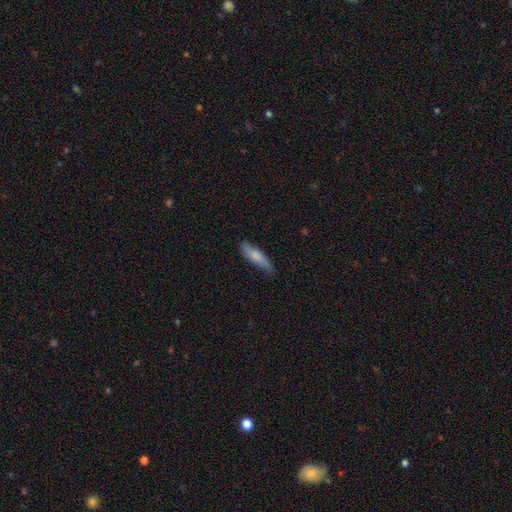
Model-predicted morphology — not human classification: type=smooth (76%); roundness=cigar-shaped (66%); merging=none (70%).